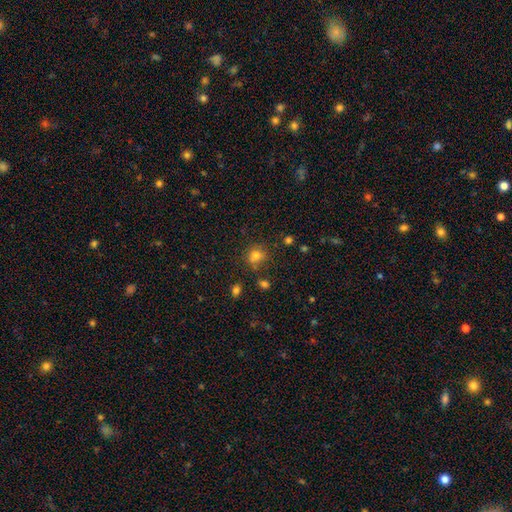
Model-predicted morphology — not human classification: Smooth or featured: smooth — 77% (star or artifact — 16%)
How rounded: round — 70% (in between — 29%)
Merging: none — 68% (minor disturbance — 18%)